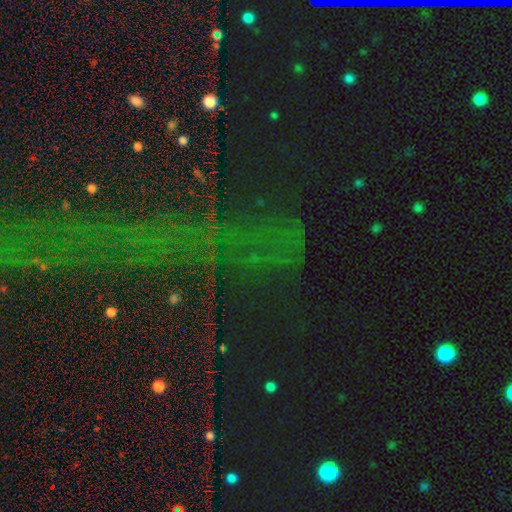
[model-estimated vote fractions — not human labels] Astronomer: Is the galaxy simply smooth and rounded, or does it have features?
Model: star or artifact — 78%.